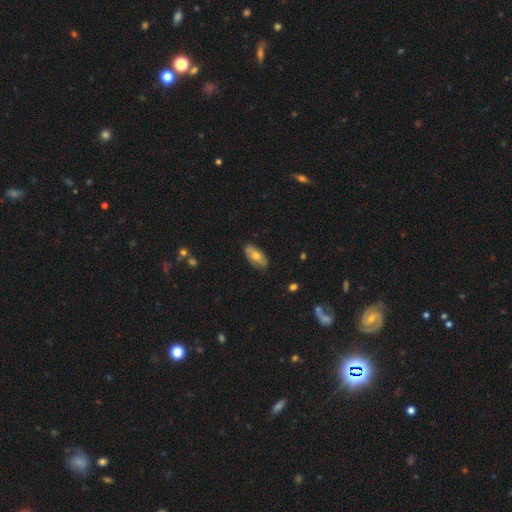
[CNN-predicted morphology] A smooth galaxy with no disk features (54%) that is in between round and cigar-shaped (89%). Merging: none (82%).